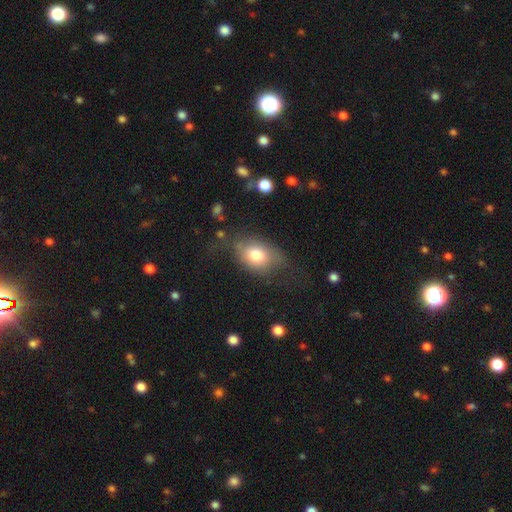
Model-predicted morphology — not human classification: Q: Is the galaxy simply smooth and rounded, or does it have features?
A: smooth — 74%.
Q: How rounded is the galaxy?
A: in between — 75%.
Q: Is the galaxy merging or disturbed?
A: none — 53%.